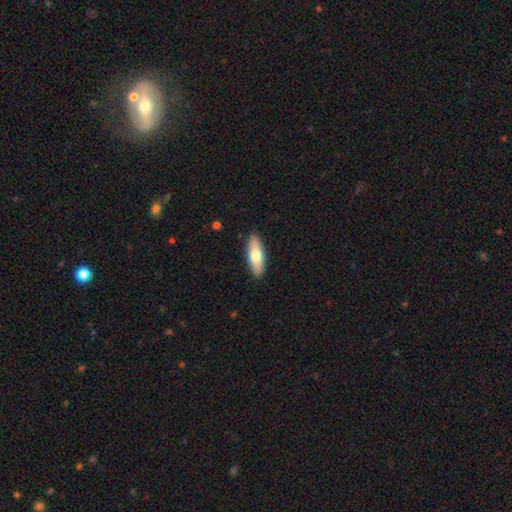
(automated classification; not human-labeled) smooth-or-featured: smooth: 68% | featured or disk: 27% | star or artifact: 5%
  how-rounded: in between: 57% | cigar-shaped: 41% | round: 2%
  merging: none: 90% | minor disturbance: 8% | major disturbance: 2% | merger: 1%